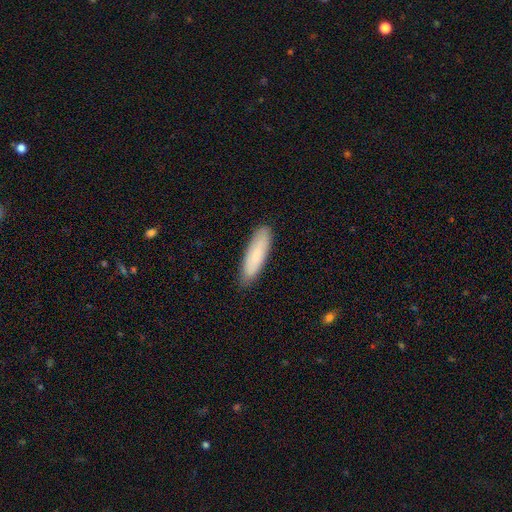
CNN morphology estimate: This appears to be a smooth galaxy with no disk features (84%) that is cigar-shaped (63%). Merging: none (87%).